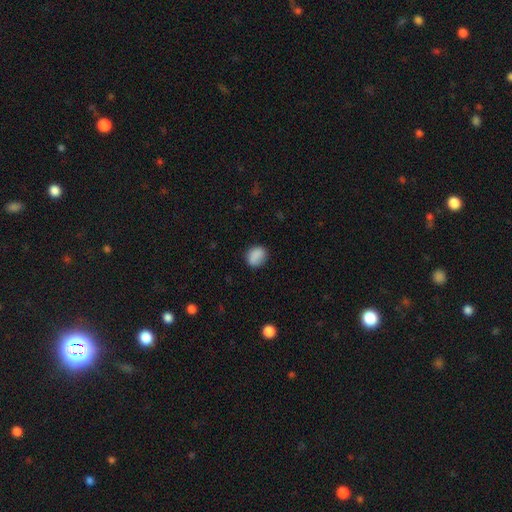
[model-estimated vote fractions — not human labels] A smooth galaxy with no disk features (87%) that is in between round and cigar-shaped (53%).

Vote fractions:
- Smooth or featured? smooth: 87% / star or artifact: 8% / featured or disk: 4%
- How rounded? in between: 53% / round: 46% / cigar-shaped: 1%
- Merging? none: 80% / minor disturbance: 15% / major disturbance: 4% / merger: 1%